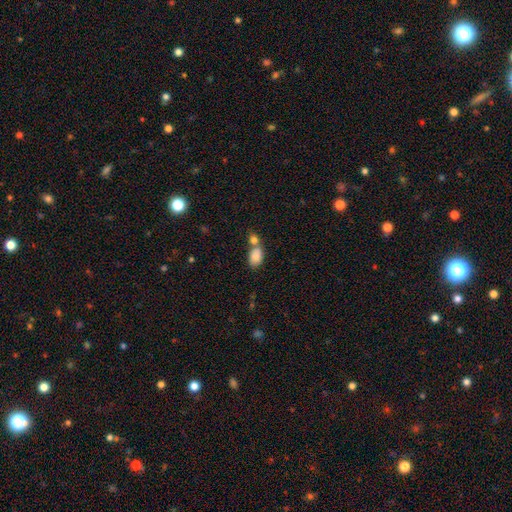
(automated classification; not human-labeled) Smooth or featured? smooth (84%)
How rounded? in between (87%)
Merging? merger (46%)